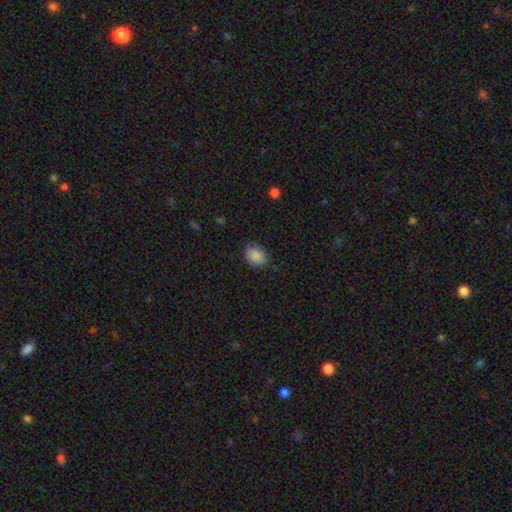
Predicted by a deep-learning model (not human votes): Smooth or featured? Predicted: smooth (p=0.88). How rounded? Predicted: in between (p=0.52). Merging? Predicted: none (p=0.81).